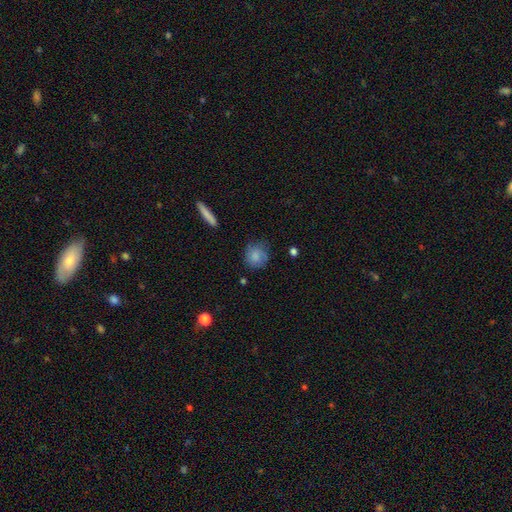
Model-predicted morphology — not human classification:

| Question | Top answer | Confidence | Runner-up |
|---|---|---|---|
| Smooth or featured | smooth | 78% | featured or disk (15%) |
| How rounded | round | 82% | in between (17%) |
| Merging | none | 66% | minor disturbance (24%) |